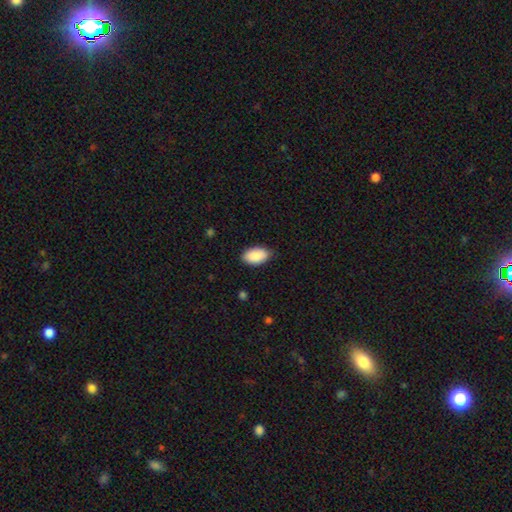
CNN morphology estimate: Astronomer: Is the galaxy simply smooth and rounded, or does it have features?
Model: smooth — 90%.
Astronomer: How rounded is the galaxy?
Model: in between — 95%.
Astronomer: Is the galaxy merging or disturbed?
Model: none — 84%.